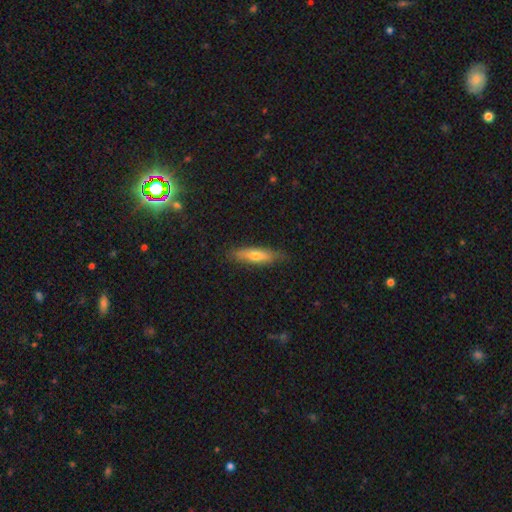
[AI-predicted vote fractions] Smooth or featured?
  - smooth: 57% *
  - featured or disk: 36%
  - star or artifact: 6%
How rounded?
  - cigar-shaped: 69% *
  - in between: 29%
  - round: 2%
Merging?
  - none: 82% *
  - minor disturbance: 15%
  - major disturbance: 3%
  - merger: 1%